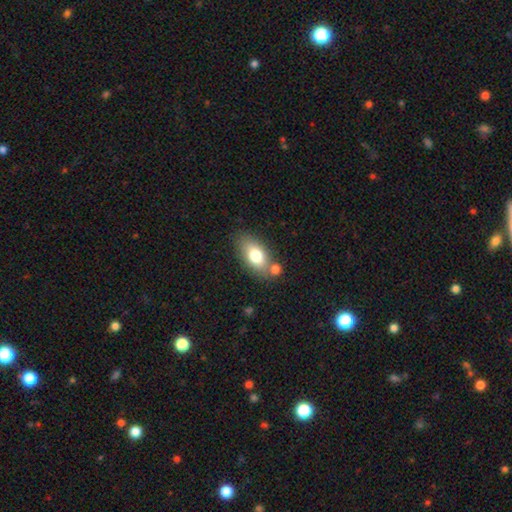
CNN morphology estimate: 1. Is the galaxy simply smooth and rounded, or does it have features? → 74% smooth, 18% featured or disk, 8% star or artifact.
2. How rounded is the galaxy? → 87% in between, 8% round, 5% cigar-shaped.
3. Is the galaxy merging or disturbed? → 65% none, 18% merger, 13% minor disturbance, 4% major disturbance.